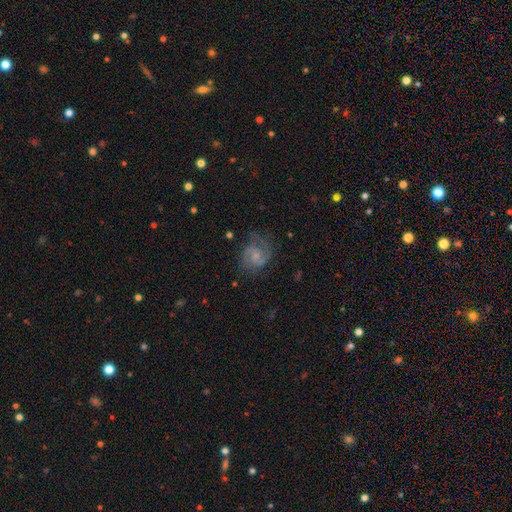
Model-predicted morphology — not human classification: Smooth or featured? featured or disk (76%)
Edge-on disk? no (98%)
Bar? no (59%)
Spiral arms? yes (94%)
Spiral winding? medium (52%)
Spiral arm count? 2 (78%)
Bulge size? small (57%)
Merging? none (62%)